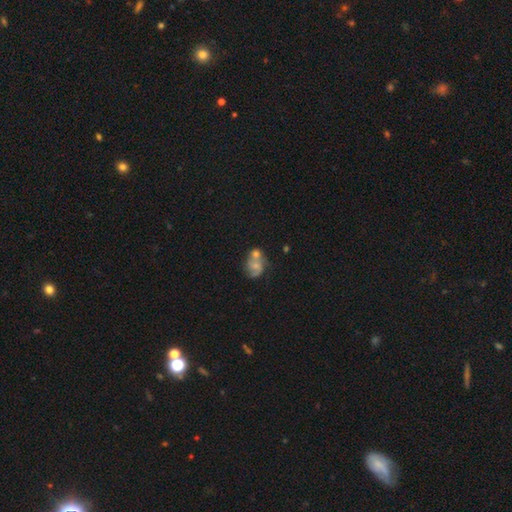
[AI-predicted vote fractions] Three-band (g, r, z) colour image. It shows a featured or disk galaxy (45%). Merging: merger (46%).